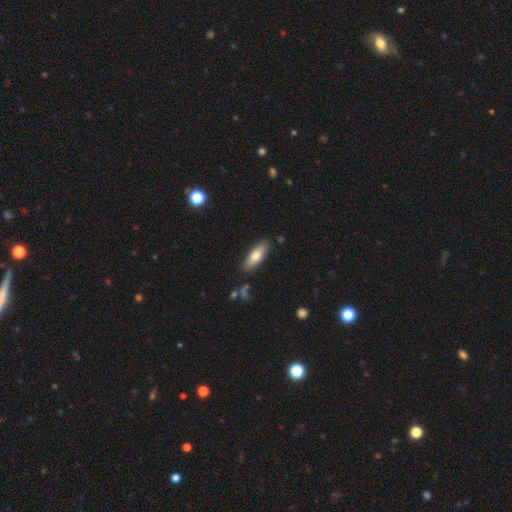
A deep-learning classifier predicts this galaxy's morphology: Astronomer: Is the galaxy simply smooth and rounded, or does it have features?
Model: smooth — 75%.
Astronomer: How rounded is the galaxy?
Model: in between — 65%.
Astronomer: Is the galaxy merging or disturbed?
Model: none — 84%.